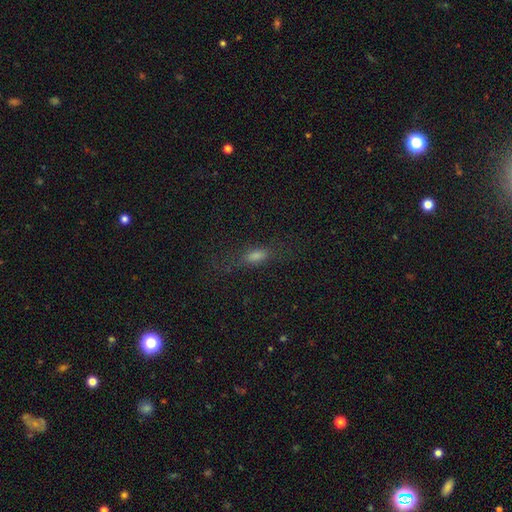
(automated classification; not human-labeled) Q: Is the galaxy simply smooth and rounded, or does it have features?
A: smooth — 57%.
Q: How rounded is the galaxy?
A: in between — 48%.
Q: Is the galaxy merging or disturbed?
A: none — 65%.